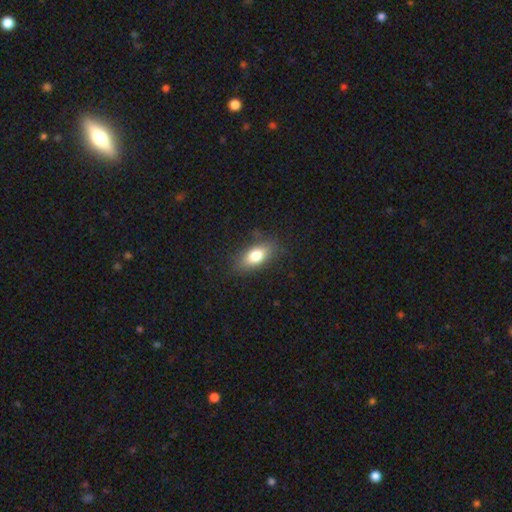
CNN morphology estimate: smooth_or_featured: smooth (p=0.76) [alt: featured or disk p=0.15]
how_rounded: in between (p=0.82) [alt: cigar-shaped p=0.11]
merging: none (p=0.81) [alt: minor disturbance p=0.14]